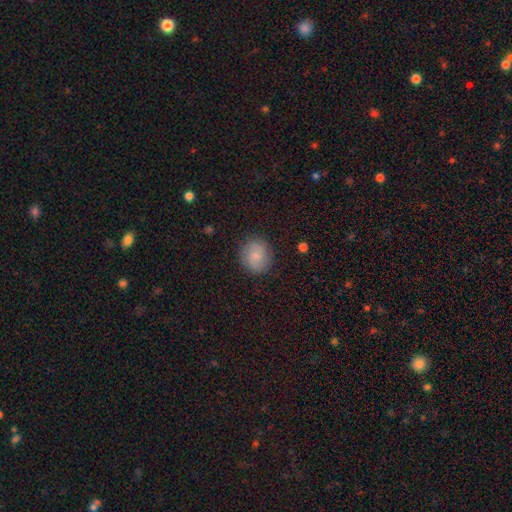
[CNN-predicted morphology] A smooth galaxy with no disk features (76%) that is round (83%). Merging: none (85%).